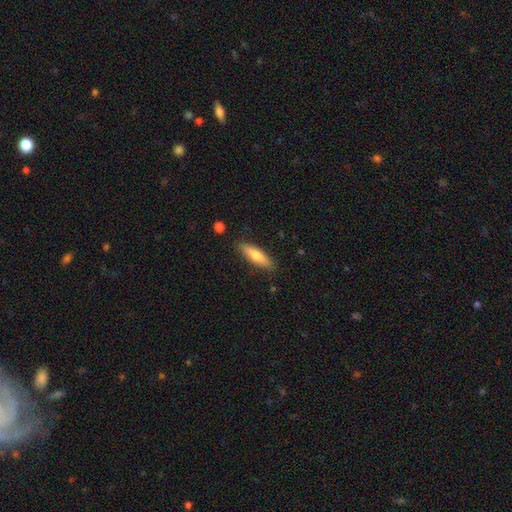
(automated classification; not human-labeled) A smooth galaxy with no disk features (63%) that is cigar-shaped (65%). Merging: none (87%).